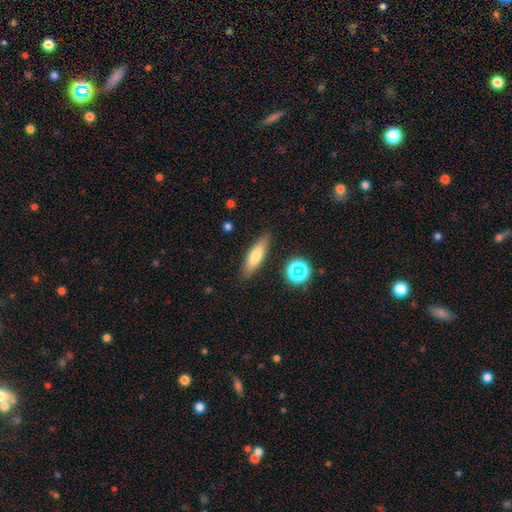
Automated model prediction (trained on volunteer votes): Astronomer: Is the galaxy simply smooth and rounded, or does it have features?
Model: smooth — 68%.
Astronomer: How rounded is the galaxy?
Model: cigar-shaped — 59% (runner-up: in between, 39%).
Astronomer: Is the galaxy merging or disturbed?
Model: none — 86%.